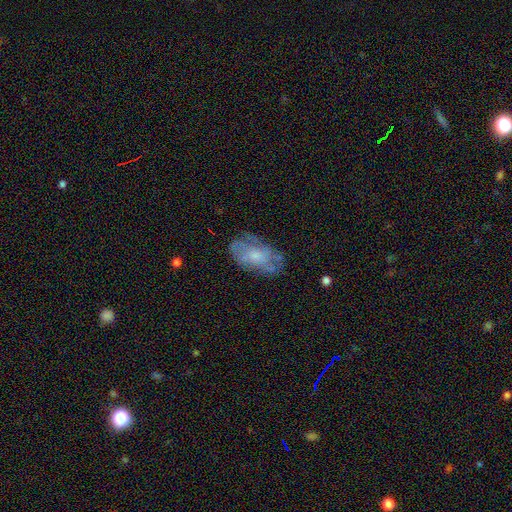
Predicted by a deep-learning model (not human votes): Smooth or featured: featured or disk — 53% (smooth — 39%)
Edge-on disk: no — 94% (yes — 6%)
Merging: none — 64% (minor disturbance — 23%)